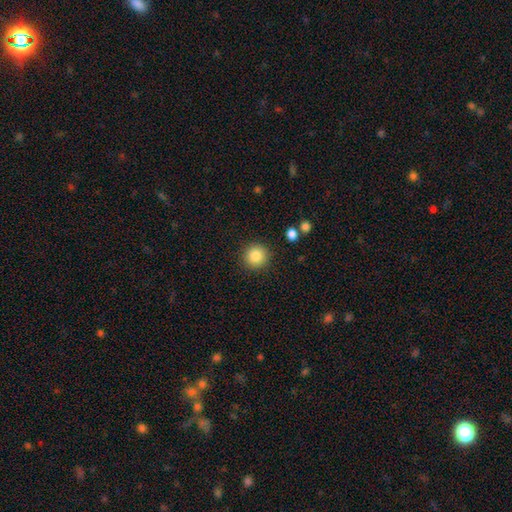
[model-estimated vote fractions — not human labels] smooth-or-featured: smooth: 85% | star or artifact: 10% | featured or disk: 5%
  how-rounded: round: 94% | in between: 5% | cigar-shaped: 1%
  merging: none: 90% | minor disturbance: 6% | major disturbance: 2% | merger: 2%